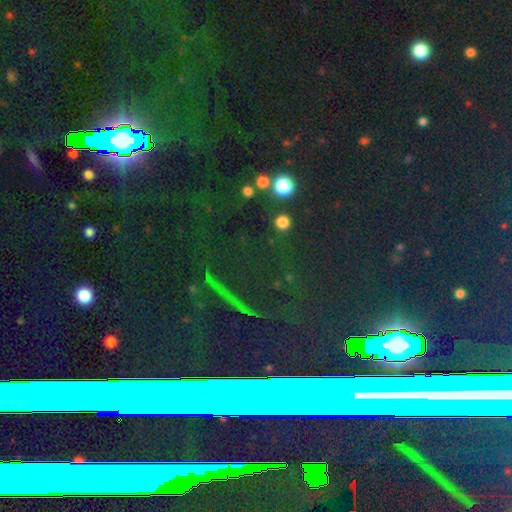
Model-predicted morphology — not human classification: smooth-or-featured: star or artifact: 77% | smooth: 12% | featured or disk: 11%